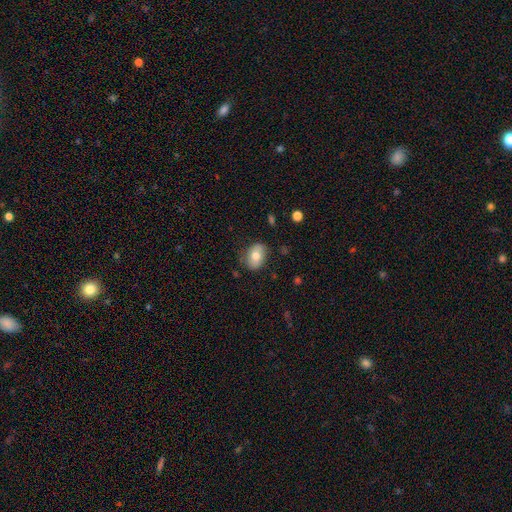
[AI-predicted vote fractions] This is likely a smooth galaxy (71%). How rounded: likely in between (73%). Merging: likely none (77%).